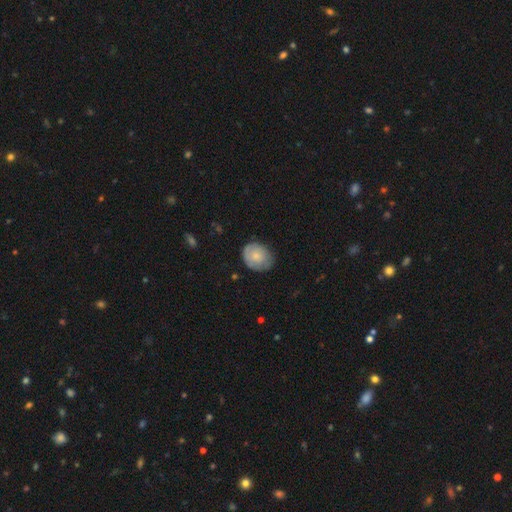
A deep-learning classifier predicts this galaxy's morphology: Q: Smooth or featured?
A: smooth (73%); runner-up: featured or disk (21%)
Q: How rounded?
A: round (56%); runner-up: in between (44%)
Q: Merging?
A: none (71%); runner-up: minor disturbance (23%)